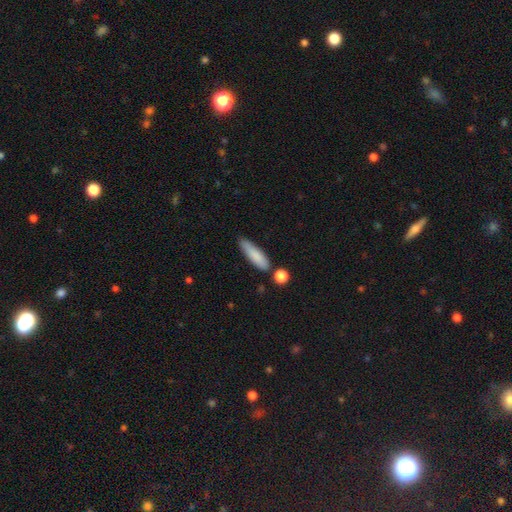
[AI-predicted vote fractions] Smooth or featured: smooth — 83% (featured or disk — 10%)
How rounded: cigar-shaped — 64% (in between — 34%)
Merging: none — 68% (minor disturbance — 21%)